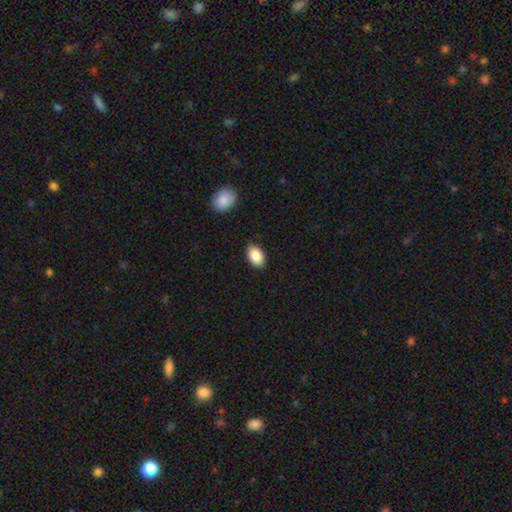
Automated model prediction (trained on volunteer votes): Smooth or featured?
  - smooth: 88% *
  - star or artifact: 7%
  - featured or disk: 5%
How rounded?
  - in between: 90% *
  - round: 9%
  - cigar-shaped: 1%
Merging?
  - none: 87% *
  - minor disturbance: 10%
  - major disturbance: 2%
  - merger: 1%